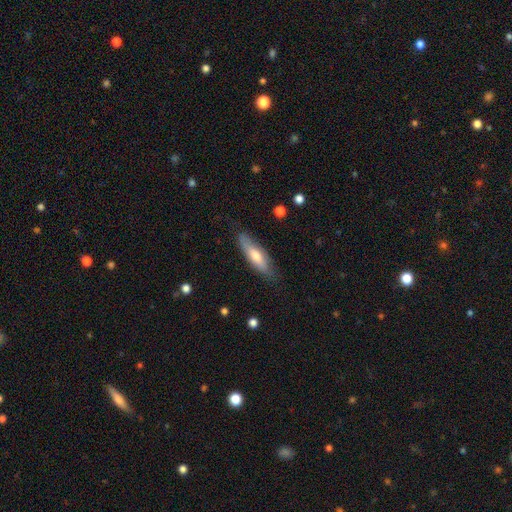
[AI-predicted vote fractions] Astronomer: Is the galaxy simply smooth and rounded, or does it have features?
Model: smooth — 61%.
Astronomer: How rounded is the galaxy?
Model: cigar-shaped — 58% (runner-up: in between, 40%).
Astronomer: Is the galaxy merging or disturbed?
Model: none — 77%.